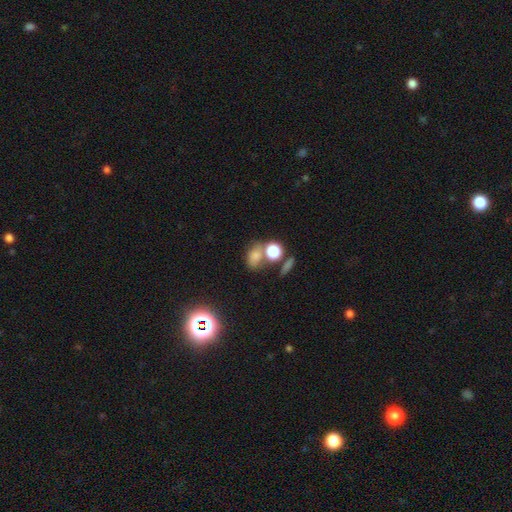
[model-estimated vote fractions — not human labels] Smooth or featured: smooth — 72% (star or artifact — 17%)
How rounded: in between — 61% (round — 37%)
Merging: none — 46% (merger — 31%)